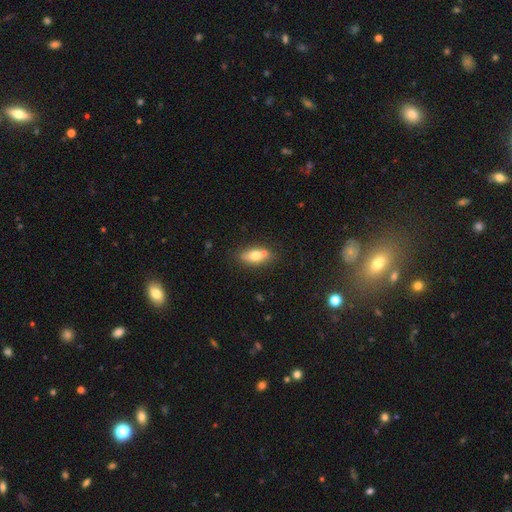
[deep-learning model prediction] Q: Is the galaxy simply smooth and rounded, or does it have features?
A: smooth — 67%.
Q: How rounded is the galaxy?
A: in between — 79%.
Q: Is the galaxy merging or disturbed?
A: none — 63%.